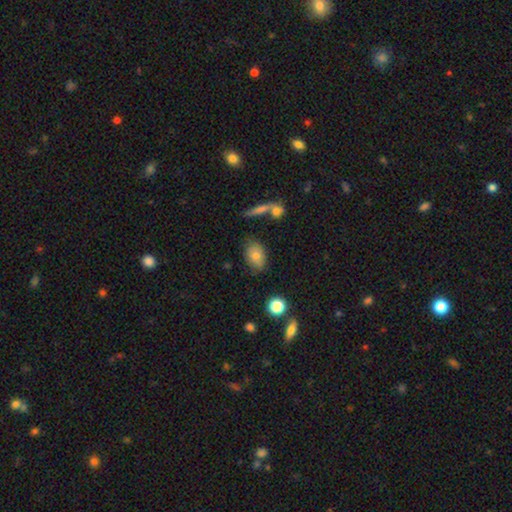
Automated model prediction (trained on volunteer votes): A smooth galaxy with no disk features (78%) that is in between round and cigar-shaped (84%). Merging: none (73%).